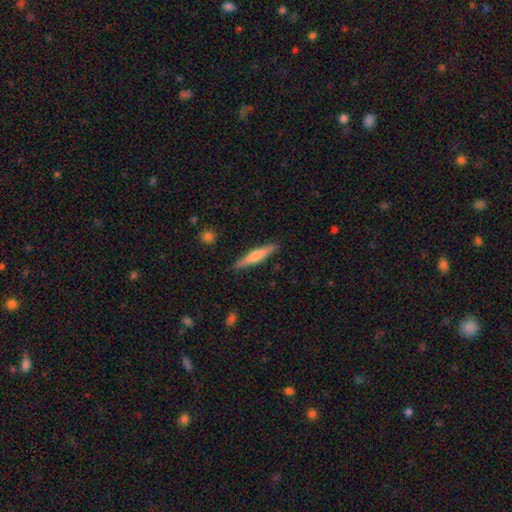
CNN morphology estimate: A smooth galaxy with no disk features (59%) that is cigar-shaped (92%). Merging: none (89%).